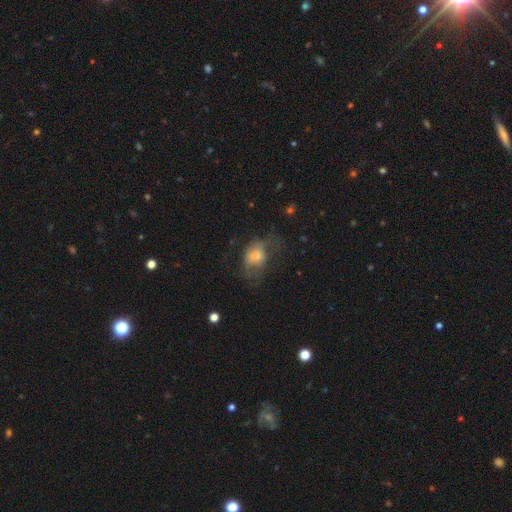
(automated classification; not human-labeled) Smooth or featured? smooth (59%)
How rounded? in between (68%)
Merging? none (38%)